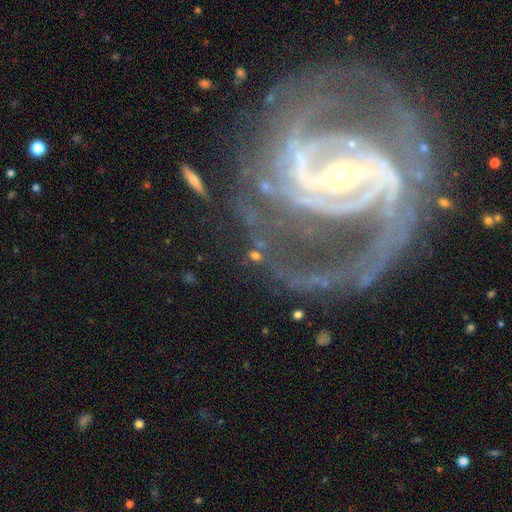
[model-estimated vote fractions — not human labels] smooth-or-featured: featured or disk: 44% | star or artifact: 28% | smooth: 28%
  merging: none: 67% | minor disturbance: 15% | major disturbance: 11% | merger: 7%